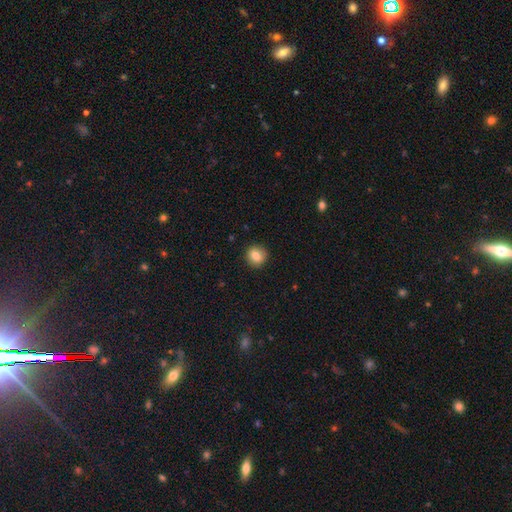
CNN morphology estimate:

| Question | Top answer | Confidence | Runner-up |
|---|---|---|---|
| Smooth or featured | smooth | 82% | featured or disk (9%) |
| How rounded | round | 84% | in between (15%) |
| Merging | none | 90% | minor disturbance (7%) |